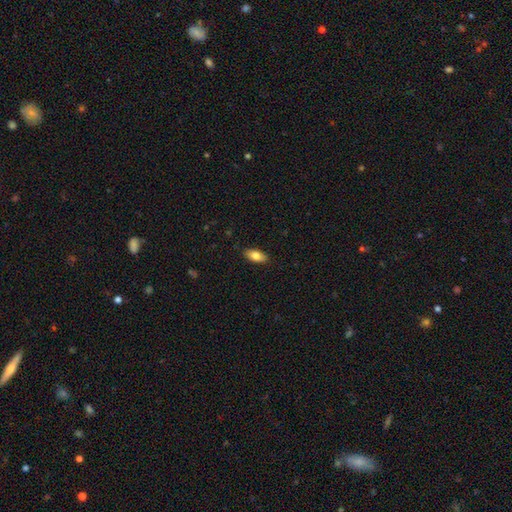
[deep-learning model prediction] Q: Smooth or featured?
A: smooth (79%); runner-up: featured or disk (14%)
Q: How rounded?
A: in between (88%); runner-up: cigar-shaped (9%)
Q: Merging?
A: none (88%); runner-up: minor disturbance (9%)